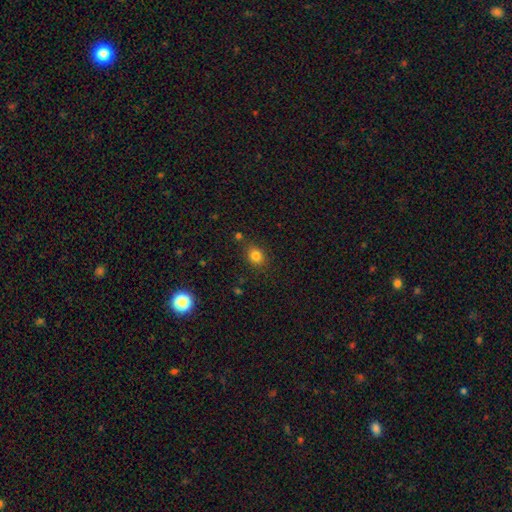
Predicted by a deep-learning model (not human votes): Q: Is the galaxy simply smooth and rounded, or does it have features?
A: smooth — 82%.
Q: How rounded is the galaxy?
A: round — 55%.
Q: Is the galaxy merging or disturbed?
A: none — 81%.